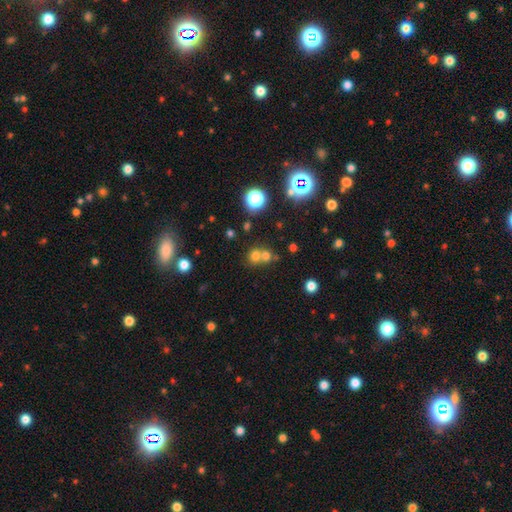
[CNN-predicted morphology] The model was most divided on "merging": merger: 51%, none: 41%, minor disturbance: 5%, major disturbance: 3%. More confident: how rounded — round (83%); smooth or featured — smooth (67%).